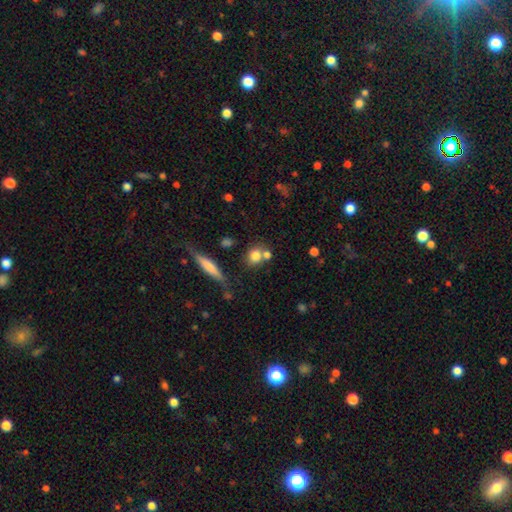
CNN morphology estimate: Smooth or featured: smooth — 78% (featured or disk — 12%)
How rounded: round — 68% (in between — 27%)
Merging: none — 56% (merger — 29%)